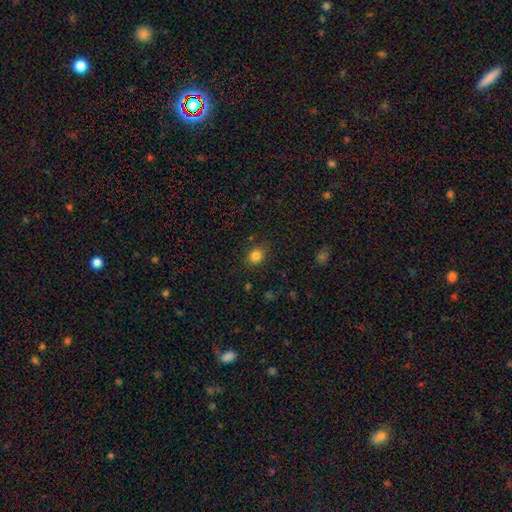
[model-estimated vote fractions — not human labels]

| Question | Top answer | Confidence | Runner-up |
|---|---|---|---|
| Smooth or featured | smooth | 82% | star or artifact (12%) |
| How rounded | round | 57% | in between (42%) |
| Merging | none | 84% | minor disturbance (12%) |